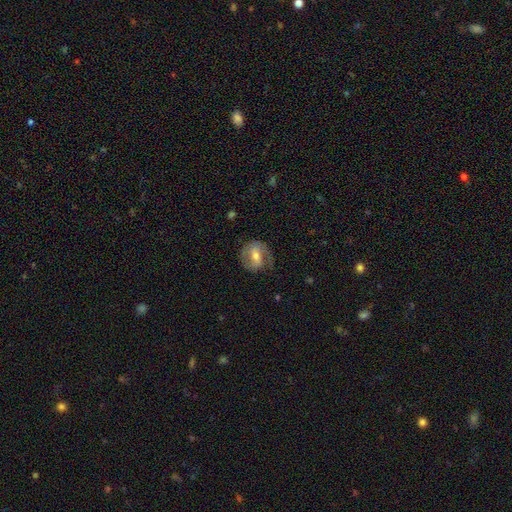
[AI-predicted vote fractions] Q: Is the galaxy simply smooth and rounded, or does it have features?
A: featured or disk — 66%.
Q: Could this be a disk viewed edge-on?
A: no — 97%.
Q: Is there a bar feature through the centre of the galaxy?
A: weak — 45%.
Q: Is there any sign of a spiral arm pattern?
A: yes — 84%.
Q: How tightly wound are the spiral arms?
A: medium — 44%.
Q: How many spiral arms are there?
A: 2 — 70%.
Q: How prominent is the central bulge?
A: moderate — 64%.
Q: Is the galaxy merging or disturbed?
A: none — 68%.